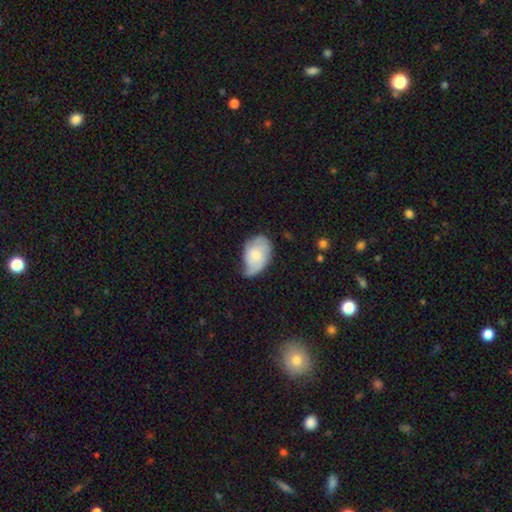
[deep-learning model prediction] smooth-or-featured: smooth: 51% | featured or disk: 43% | star or artifact: 6%
  how-rounded: in between: 86% | round: 13% | cigar-shaped: 1%
  merging: minor disturbance: 45% | none: 37% | major disturbance: 17% | merger: 2%